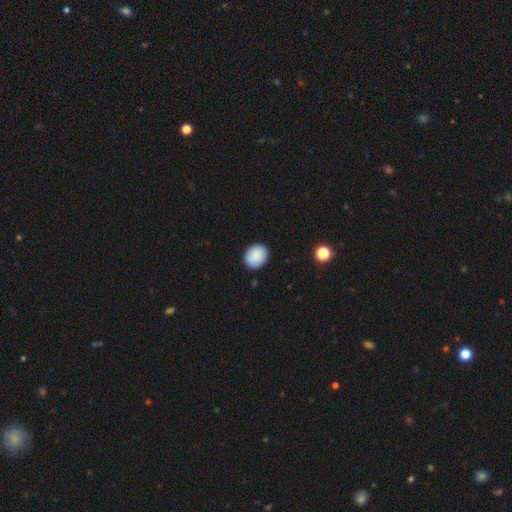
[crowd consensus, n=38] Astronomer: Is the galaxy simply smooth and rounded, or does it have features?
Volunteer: smooth — 87%.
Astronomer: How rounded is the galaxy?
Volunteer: round — 67%.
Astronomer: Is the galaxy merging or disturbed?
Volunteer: none — 89%.